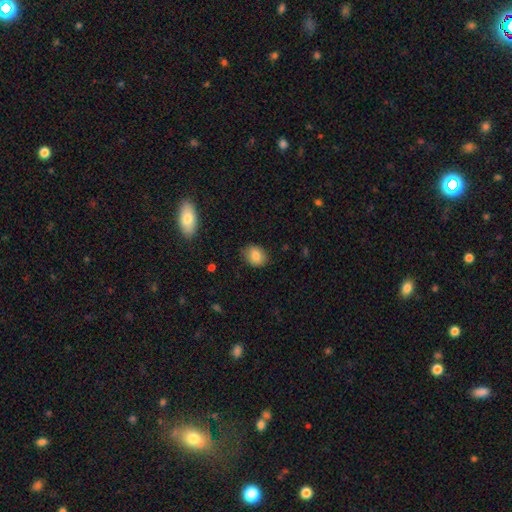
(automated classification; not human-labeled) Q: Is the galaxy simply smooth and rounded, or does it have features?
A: smooth — 83%.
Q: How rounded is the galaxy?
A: in between — 55%.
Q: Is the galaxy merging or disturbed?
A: none — 83%.